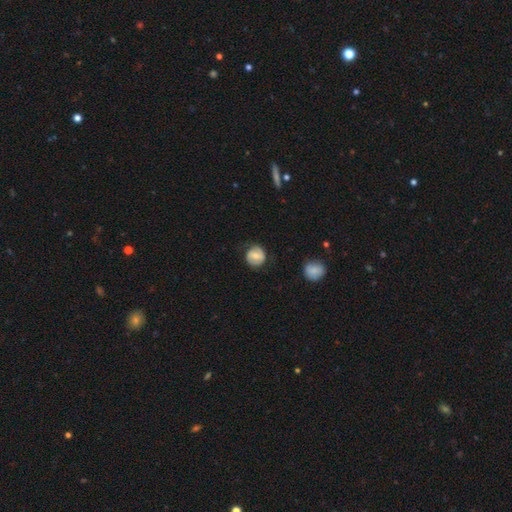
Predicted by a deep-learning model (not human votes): Smooth or featured?
  - smooth: 58% *
  - featured or disk: 35%
  - star or artifact: 7%
How rounded?
  - round: 85% *
  - in between: 14%
  - cigar-shaped: 1%
Merging?
  - none: 74% *
  - minor disturbance: 19%
  - major disturbance: 5%
  - merger: 2%